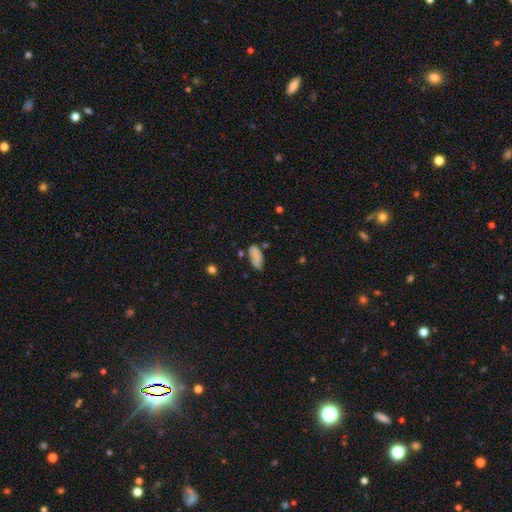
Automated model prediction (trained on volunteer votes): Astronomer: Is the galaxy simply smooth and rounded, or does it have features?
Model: smooth — 77%.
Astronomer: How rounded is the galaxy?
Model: in between — 86%.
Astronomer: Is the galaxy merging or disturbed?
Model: none — 54%.